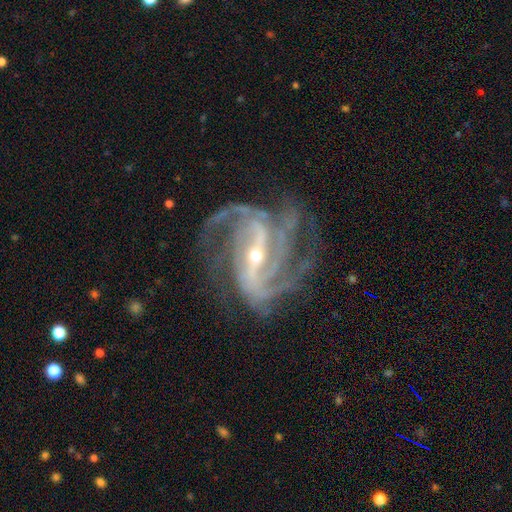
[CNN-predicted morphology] This is clearly a featured or disk galaxy (92%). It is clearly not viewed edge-on (97%). Bar: likely strong (65%). Spiral arm pattern: clearly yes (98%). Spiral arm count: marginally 3 (30%). Spiral winding: possibly medium (53%). Central bulge: likely small (66%). Merging: likely none (67%).